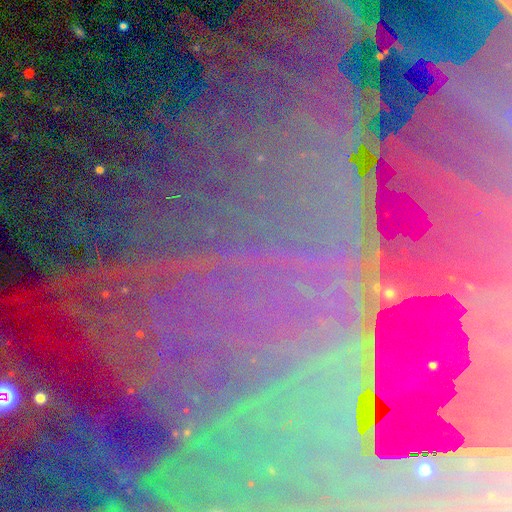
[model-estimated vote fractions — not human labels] Smooth or featured: star or artifact — 80% (featured or disk — 13%)